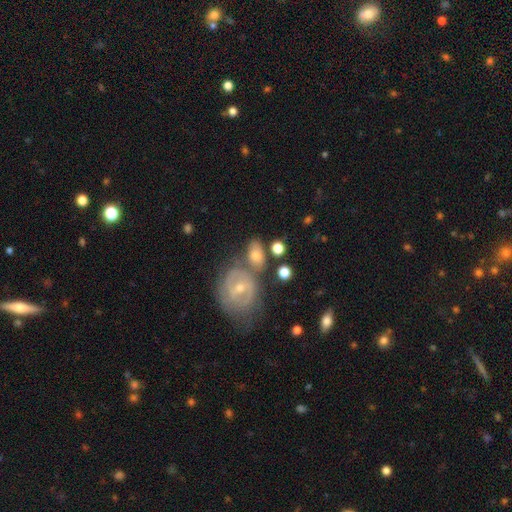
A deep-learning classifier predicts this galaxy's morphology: This is possibly a smooth galaxy (46%). Merging: possibly none (48%).